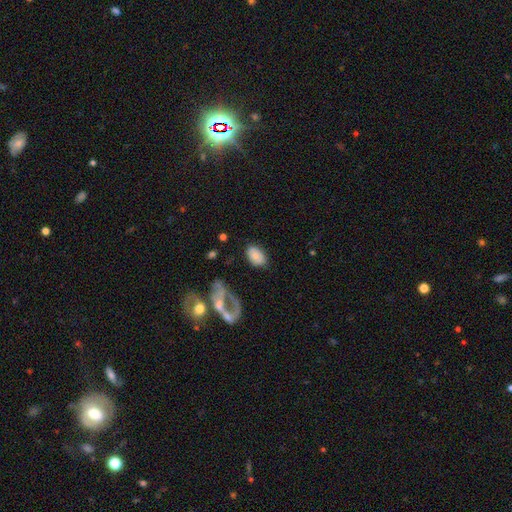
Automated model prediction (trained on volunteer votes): Morphology: type=smooth (73%); roundness=in between (89%); merging=none (70%).